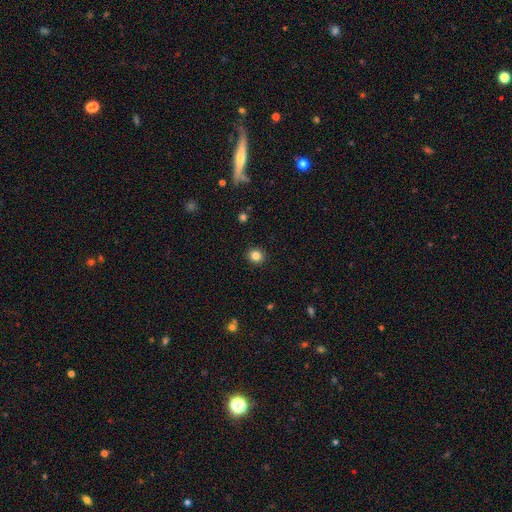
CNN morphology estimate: A smooth galaxy with no disk features (84%) that is round (86%).

Vote fractions:
- Smooth or featured? smooth: 84% / star or artifact: 12% / featured or disk: 4%
- How rounded? round: 86% / in between: 13% / cigar-shaped: 1%
- Merging? none: 91% / minor disturbance: 6% / major disturbance: 2% / merger: 1%